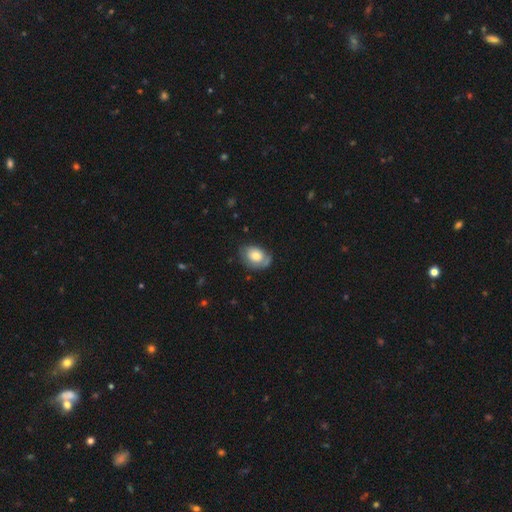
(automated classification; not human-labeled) Morphology: type=smooth (61%); roundness=in between (72%); merging=none (57%).